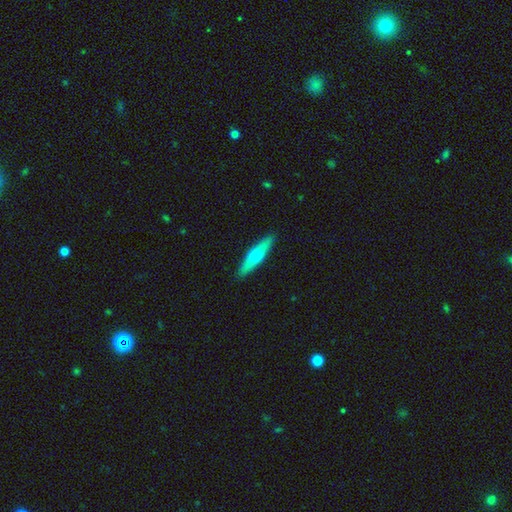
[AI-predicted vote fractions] Smooth or featured?
  - smooth: 47% * (tied)
  - featured or disk: 47% * (tied)
  - star or artifact: 5%
Merging?
  - none: 91% *
  - minor disturbance: 7%
  - major disturbance: 1%
  - merger: 1%